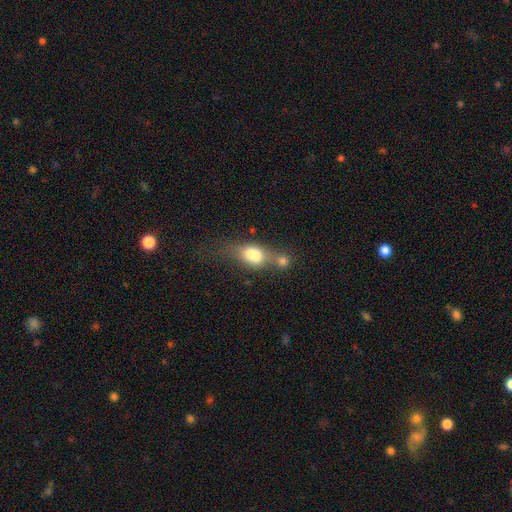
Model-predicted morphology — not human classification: smooth_or_featured: smooth (p=0.70) [alt: featured or disk p=0.20]
how_rounded: in between (p=0.72) [alt: round p=0.20]
merging: merger (p=0.52) [alt: none p=0.23]